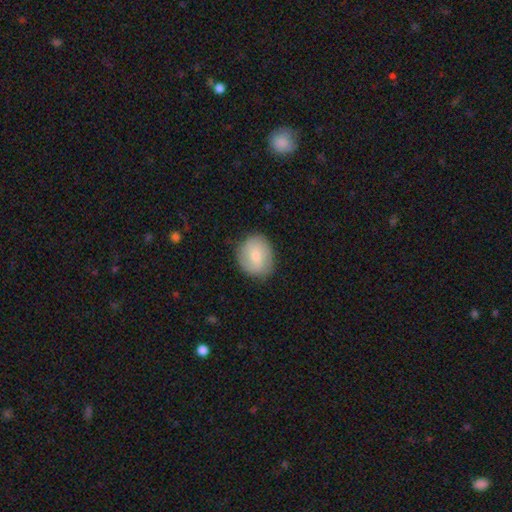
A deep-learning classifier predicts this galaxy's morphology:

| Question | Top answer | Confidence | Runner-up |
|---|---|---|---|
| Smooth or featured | smooth | 65% | featured or disk (28%) |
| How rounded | round | 69% | in between (30%) |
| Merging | none | 81% | minor disturbance (14%) |